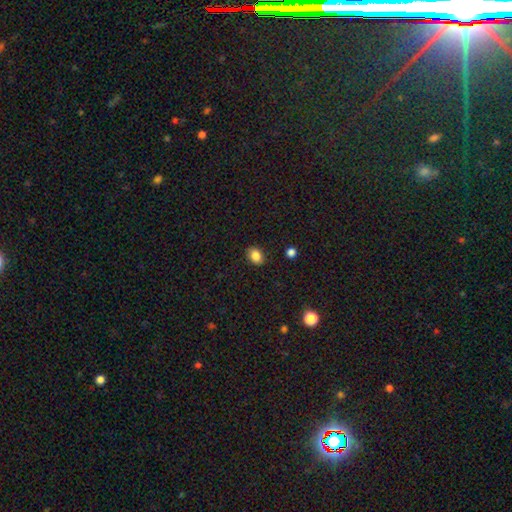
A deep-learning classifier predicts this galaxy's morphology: Smooth or featured?
  - smooth: 85% *
  - star or artifact: 9%
  - featured or disk: 6%
How rounded?
  - in between: 70% *
  - round: 29%
  - cigar-shaped: 1%
Merging?
  - none: 86% *
  - minor disturbance: 10%
  - major disturbance: 2%
  - merger: 1%